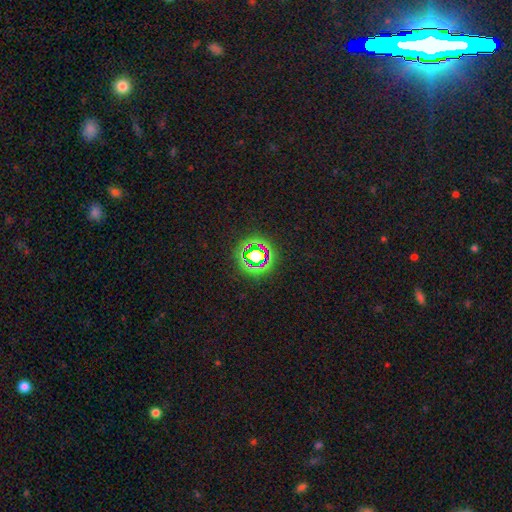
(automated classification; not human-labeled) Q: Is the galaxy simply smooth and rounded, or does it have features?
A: star or artifact — 61%.